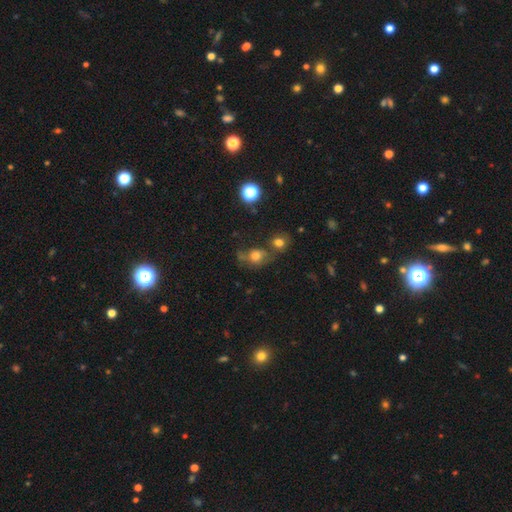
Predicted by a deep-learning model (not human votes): smooth 72%, star or artifact 16%, featured or disk 12%. Down the decision tree: how rounded — round (64%); merging — none (47%).